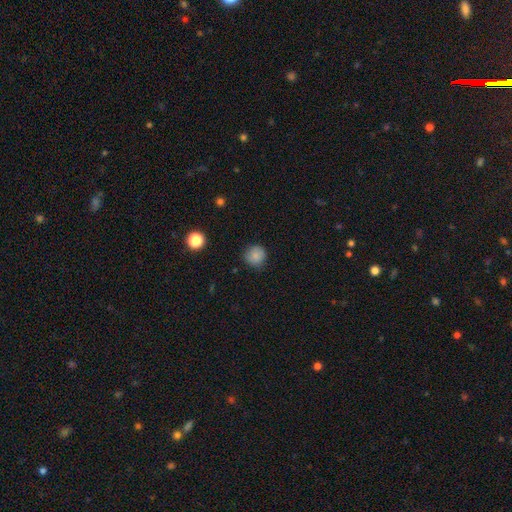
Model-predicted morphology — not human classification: This is clearly a smooth galaxy (83%). How rounded: clearly round (92%). Merging: clearly none (82%).